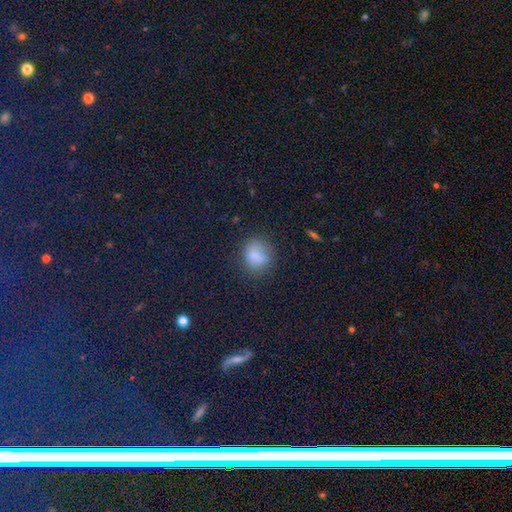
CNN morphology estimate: type=smooth (80%); roundness=round (60%); merging=none (68%).